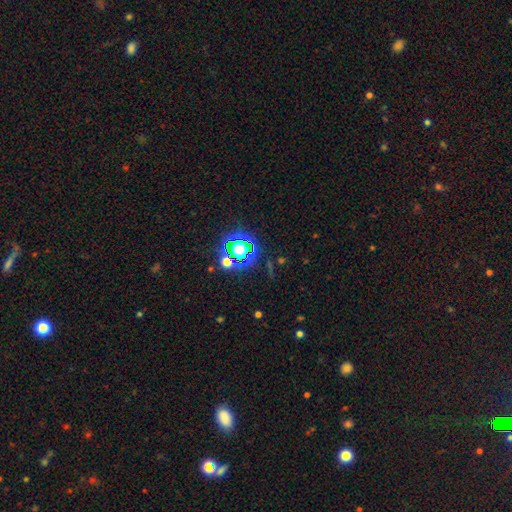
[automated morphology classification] A star or artifact, not a galaxy (79%).